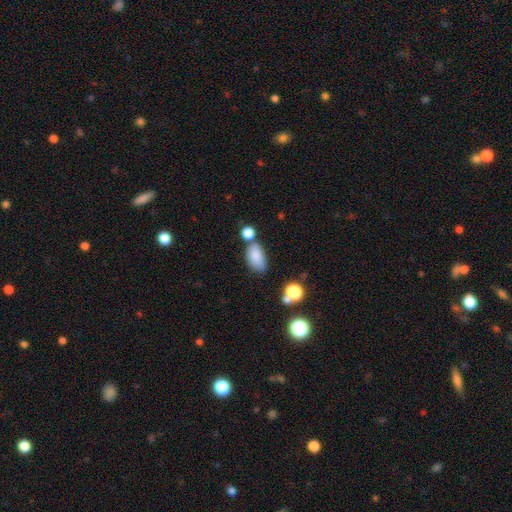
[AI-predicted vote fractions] Smooth or featured? Predicted: smooth (p=0.83). How rounded? Predicted: in between (p=0.91). Merging? Predicted: none (p=0.50).